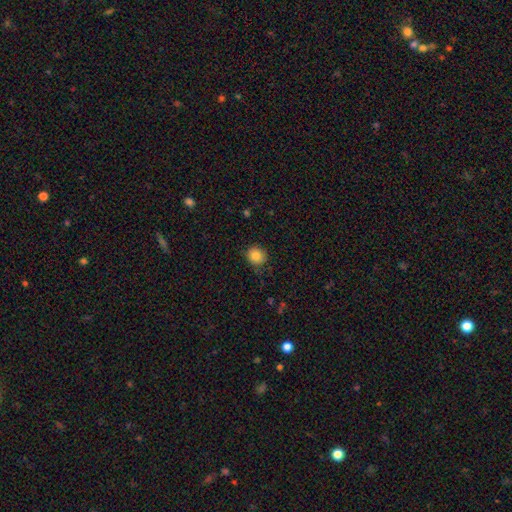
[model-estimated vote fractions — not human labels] This appears to be a smooth galaxy with no disk features (84%) that is round (85%). Merging: none (82%).